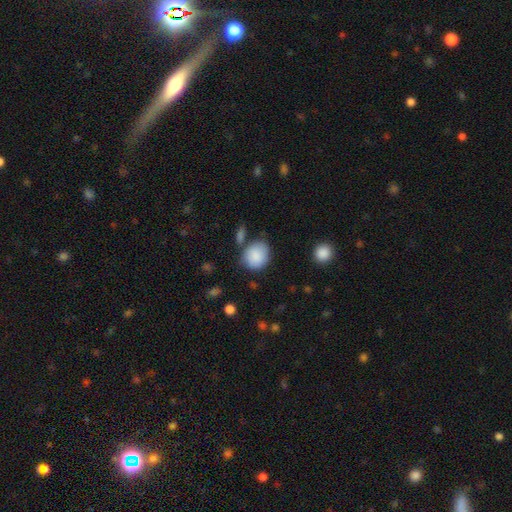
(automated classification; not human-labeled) Q: Smooth or featured?
A: smooth (87%); runner-up: star or artifact (7%)
Q: How rounded?
A: round (60%); runner-up: in between (39%)
Q: Merging?
A: none (67%); runner-up: minor disturbance (20%)